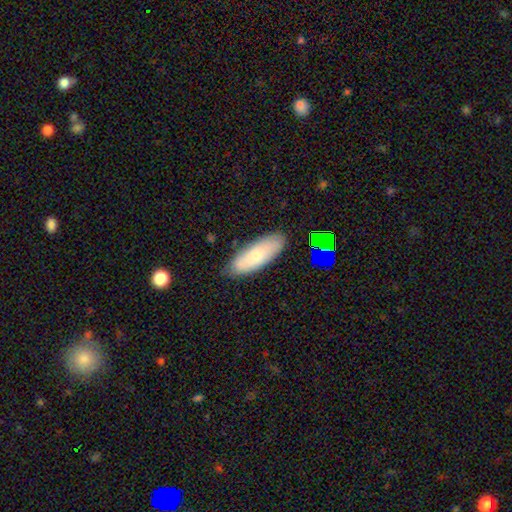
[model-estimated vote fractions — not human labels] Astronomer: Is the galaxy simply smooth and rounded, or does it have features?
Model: smooth — 72%.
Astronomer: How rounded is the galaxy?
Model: in between — 67%.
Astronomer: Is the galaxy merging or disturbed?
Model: none — 81%.